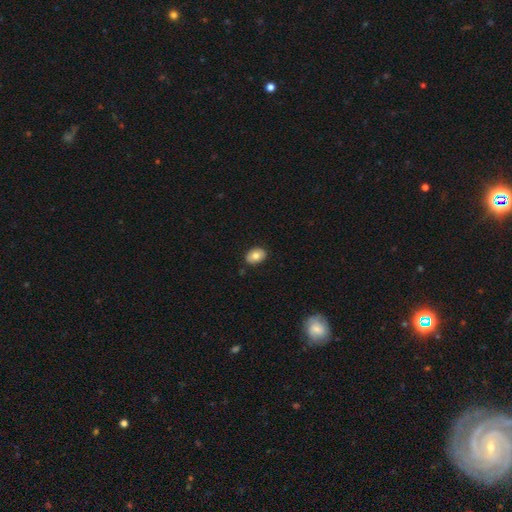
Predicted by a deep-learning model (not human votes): Morphology: type=smooth (79%); roundness=in between (76%); merging=none (86%).